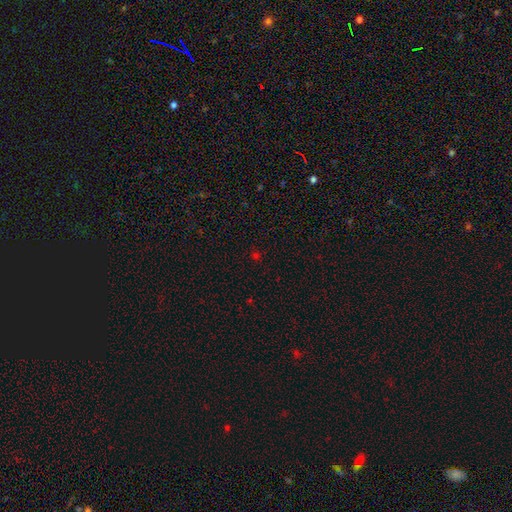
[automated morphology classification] Smooth or featured: star or artifact — 49% (smooth — 45%)